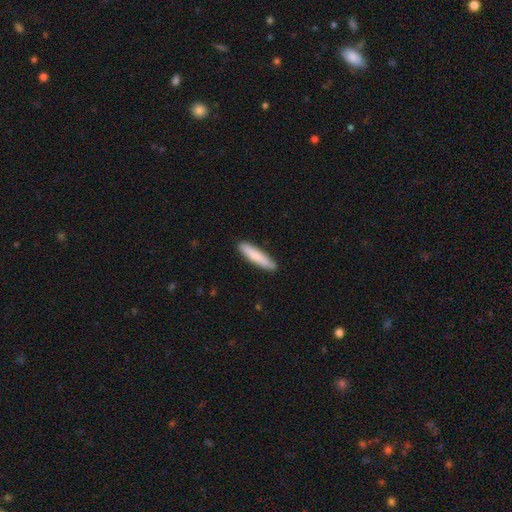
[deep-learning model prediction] A smooth galaxy with no disk features (81%) that is cigar-shaped (86%). Merging: none (86%).